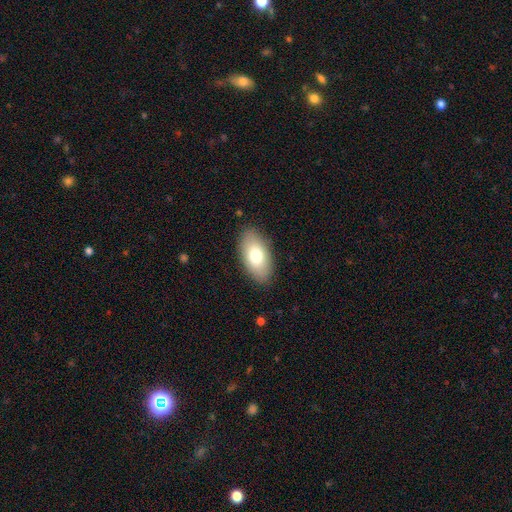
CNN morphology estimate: Smooth or featured? Predicted: smooth (p=0.75). How rounded? Predicted: in between (p=0.93). Merging? Predicted: none (p=0.86).